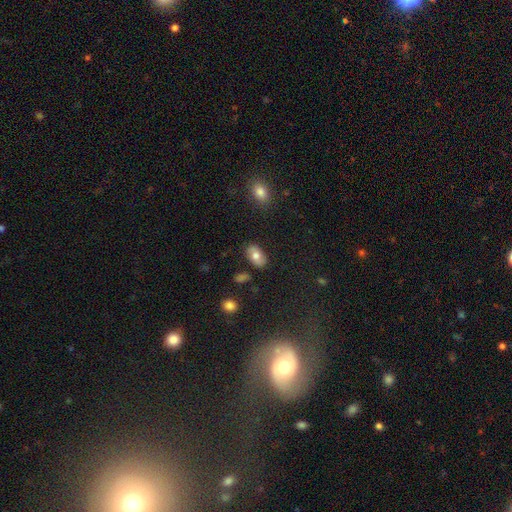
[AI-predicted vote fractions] A smooth galaxy with no disk features (75%) that is in between round and cigar-shaped (92%). Merging: none (84%).